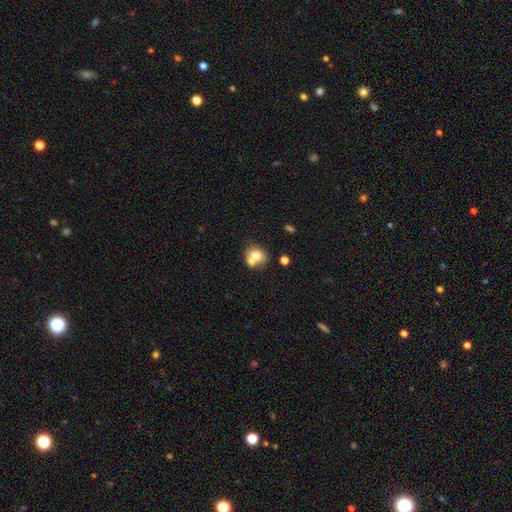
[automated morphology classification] Overall: smooth (70%). How rounded: round (70%). Merging: merger (45%; none 42%).